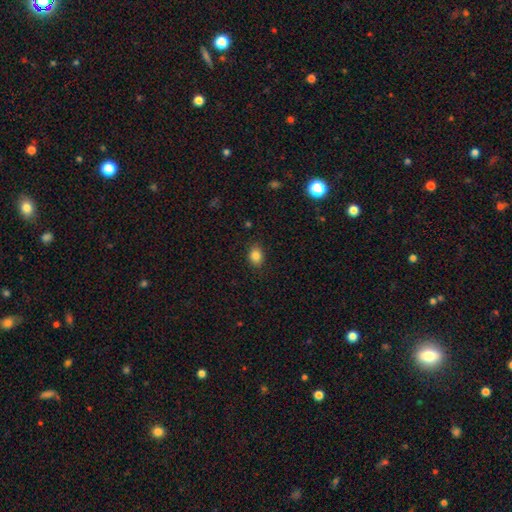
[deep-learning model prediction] A smooth galaxy with no disk features (85%) that is in between round and cigar-shaped (62%).

Vote fractions:
- Smooth or featured? smooth: 85% / star or artifact: 10% / featured or disk: 5%
- How rounded? in between: 62% / round: 37% / cigar-shaped: 1%
- Merging? none: 86% / minor disturbance: 10% / major disturbance: 3% / merger: 1%